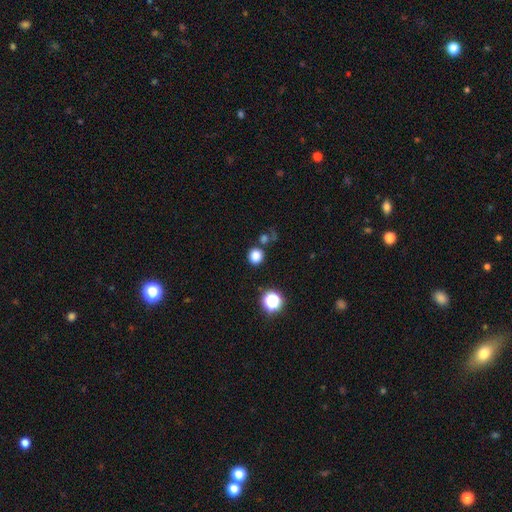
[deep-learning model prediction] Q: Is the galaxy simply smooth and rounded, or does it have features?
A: smooth — 81%.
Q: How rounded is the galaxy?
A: round — 90%.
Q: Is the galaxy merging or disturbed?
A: none — 81%.